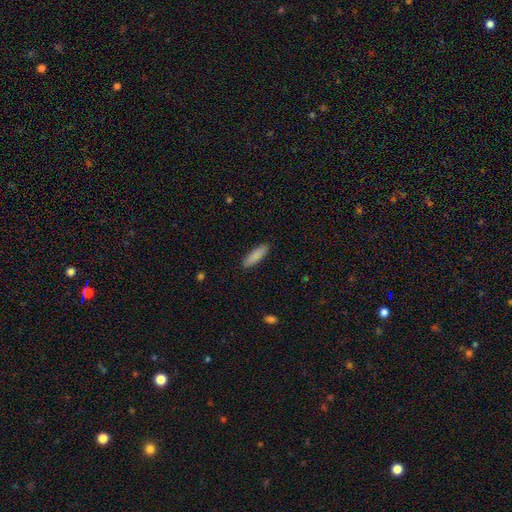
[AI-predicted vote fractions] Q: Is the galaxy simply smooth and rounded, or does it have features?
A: smooth — 86%.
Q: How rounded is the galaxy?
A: cigar-shaped — 55%.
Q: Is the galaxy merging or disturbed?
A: none — 88%.